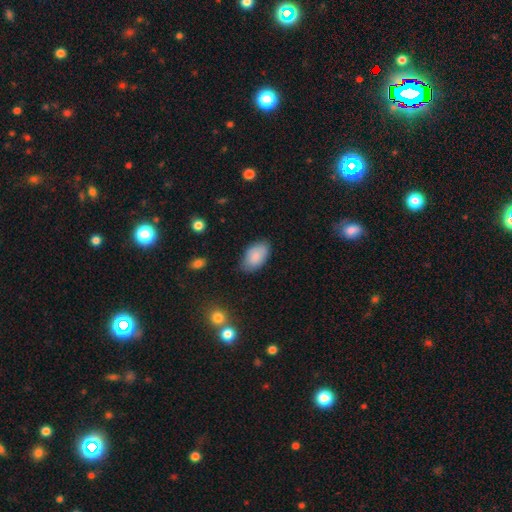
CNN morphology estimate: Smooth or featured: smooth — 86% (featured or disk — 8%)
How rounded: in between — 94% (round — 4%)
Merging: none — 78% (minor disturbance — 17%)